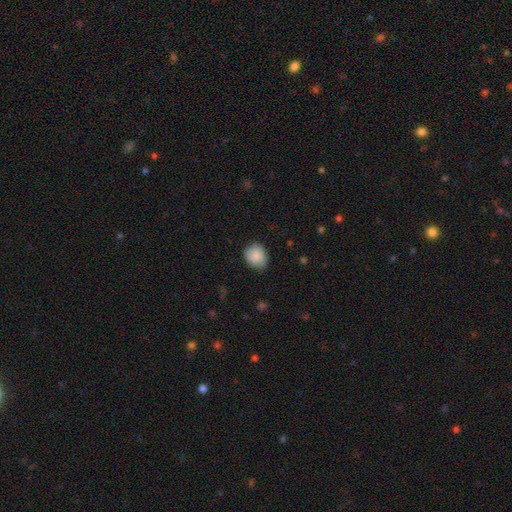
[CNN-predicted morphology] Smooth or featured?
  - smooth: 86% *
  - star or artifact: 7%
  - featured or disk: 7%
How rounded?
  - round: 58% *
  - in between: 42%
  - cigar-shaped: 1%
Merging?
  - none: 71% *
  - minor disturbance: 24%
  - major disturbance: 4%
  - merger: 1%